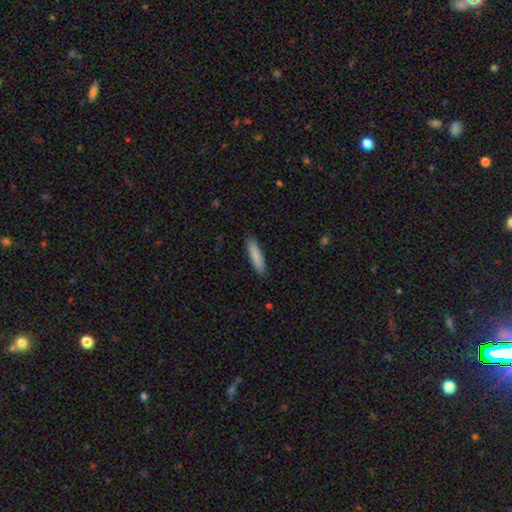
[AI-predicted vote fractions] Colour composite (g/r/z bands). It shows a smooth galaxy with no disk features (86%) that is cigar-shaped (81%). Merging: none (90%).